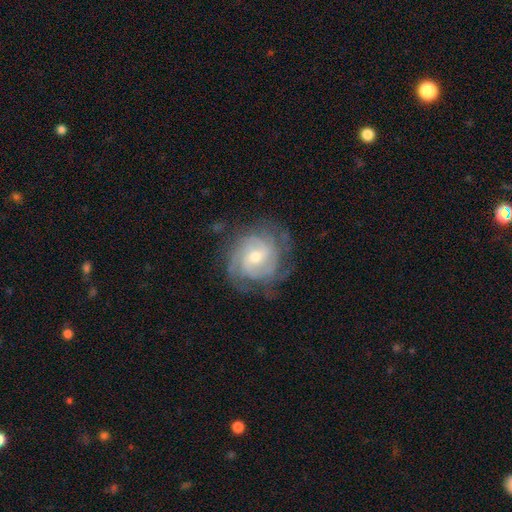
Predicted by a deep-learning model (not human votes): Smooth or featured? Predicted: featured or disk (p=0.83). Edge-on disk? Predicted: no (p=0.97). Bar? Predicted: no (p=0.50). Spiral arms? Predicted: yes (p=0.95). Spiral winding? Predicted: tight (p=0.62). Spiral arm count? Predicted: can't tell (p=0.33). Bulge size? Predicted: moderate (p=0.49). Merging? Predicted: none (p=0.72).